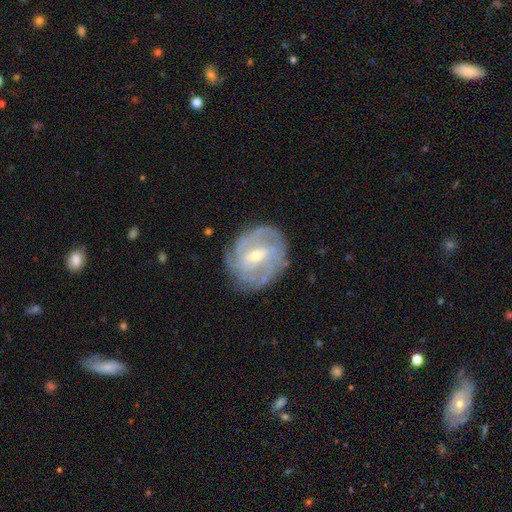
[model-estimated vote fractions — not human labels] smooth_or_featured: featured or disk (p=0.85) [alt: smooth p=0.09]
disk_edge_on: no (p=0.97) [alt: yes p=0.03]
bar: weak (p=0.53) [alt: no p=0.24]
has_spiral_arms: yes (p=0.93) [alt: no p=0.07]
spiral_winding: tight (p=0.64) [alt: medium p=0.29]
spiral_arm_count: can't tell (p=0.32) [alt: 3 p=0.21]
bulge_size: small (p=0.53) [alt: moderate p=0.44]
merging: none (p=0.78) [alt: minor disturbance p=0.15]